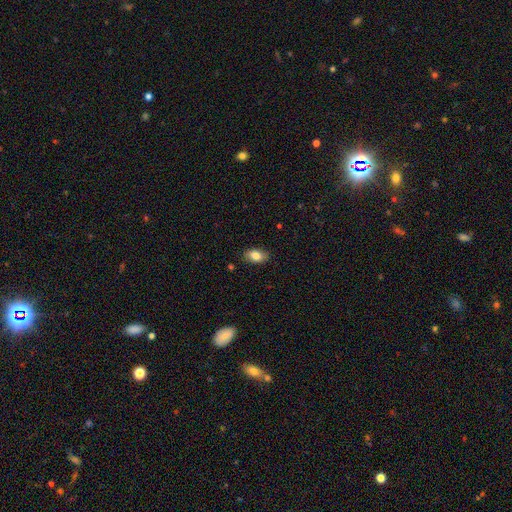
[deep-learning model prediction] smooth_or_featured: smooth (p=0.82) [alt: featured or disk p=0.11]
how_rounded: in between (p=0.91) [alt: round p=0.07]
merging: none (p=0.85) [alt: minor disturbance p=0.12]